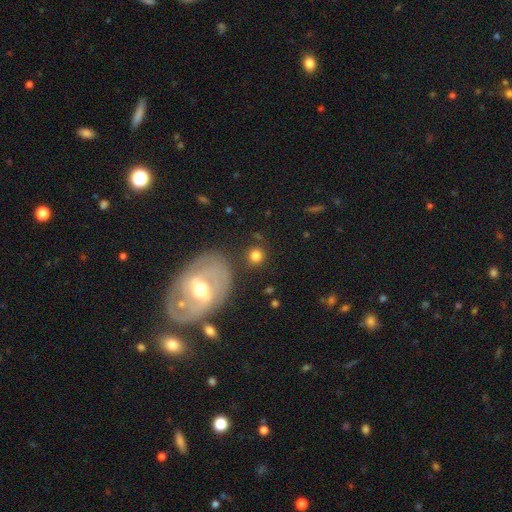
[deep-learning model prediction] A smooth galaxy with no disk features (77%) that is round (88%). Merging: none (79%).